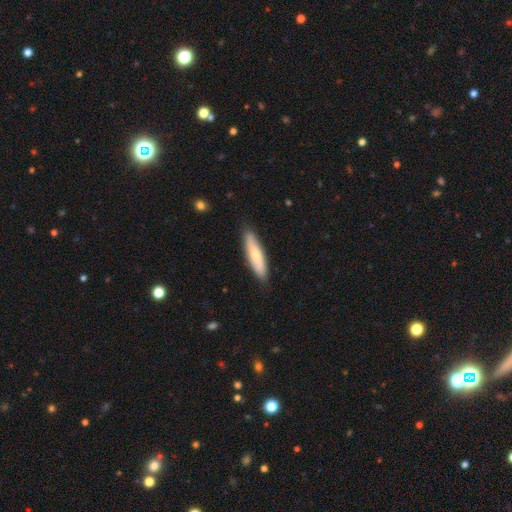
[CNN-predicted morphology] smooth_or_featured: smooth (p=0.65) [alt: featured or disk p=0.30]
how_rounded: cigar-shaped (p=0.73) [alt: in between p=0.26]
merging: none (p=0.86) [alt: minor disturbance p=0.11]